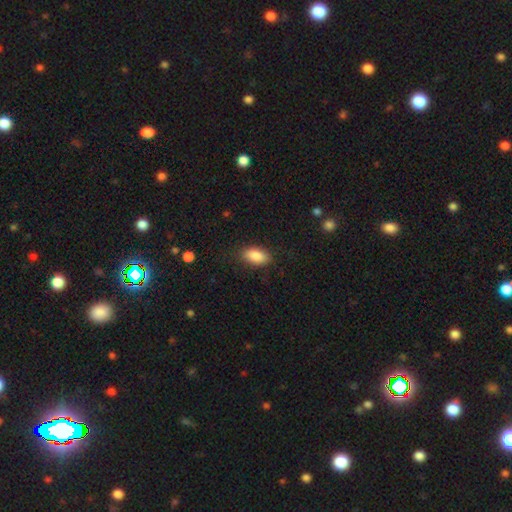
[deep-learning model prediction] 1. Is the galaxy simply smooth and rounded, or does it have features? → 88% smooth, 7% star or artifact, 5% featured or disk.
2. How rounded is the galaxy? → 91% in between, 5% round, 4% cigar-shaped.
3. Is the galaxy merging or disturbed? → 84% none, 12% minor disturbance, 3% major disturbance, 1% merger.